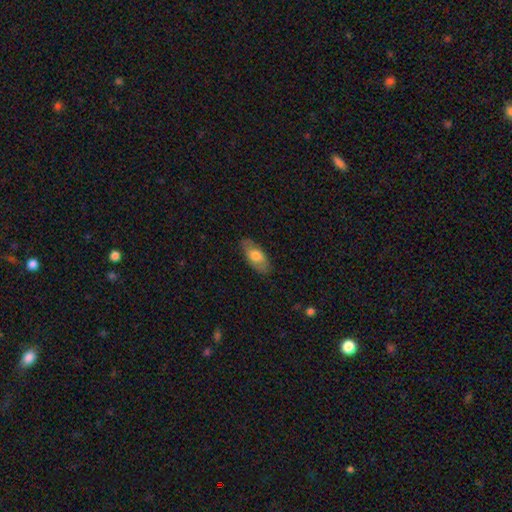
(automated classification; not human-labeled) Overall: smooth (69%). How rounded: in between (88%). Merging: none (83%).